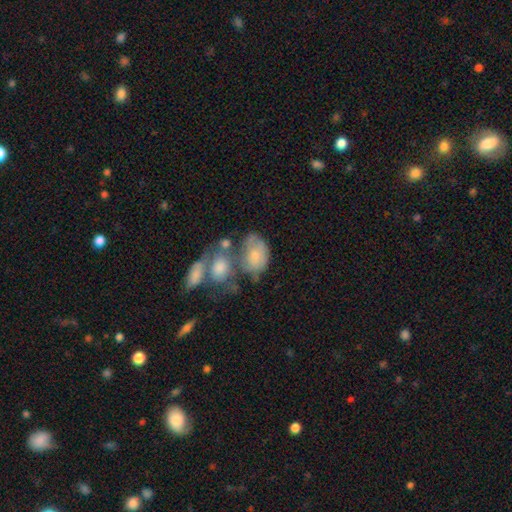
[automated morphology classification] This appears to be a smooth galaxy with no disk features (60%) that is in between round and cigar-shaped (78%). Merging: merger (38%).